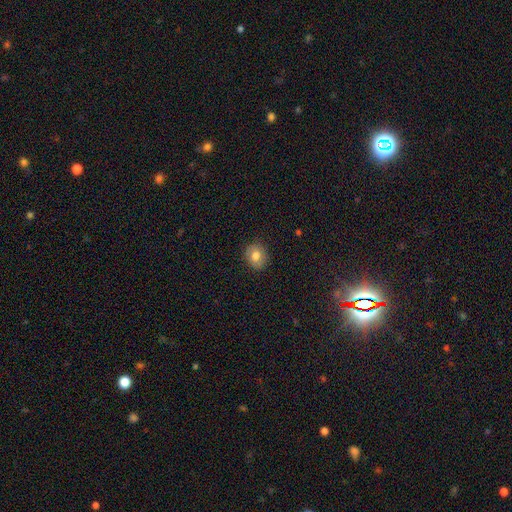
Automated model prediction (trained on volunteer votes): A smooth galaxy with no disk features (79%) that is round (69%).

Vote fractions:
- Smooth or featured? smooth: 79% / featured or disk: 12% / star or artifact: 10%
- How rounded? round: 69% / in between: 30% / cigar-shaped: 1%
- Merging? none: 86% / minor disturbance: 10% / major disturbance: 2% / merger: 1%